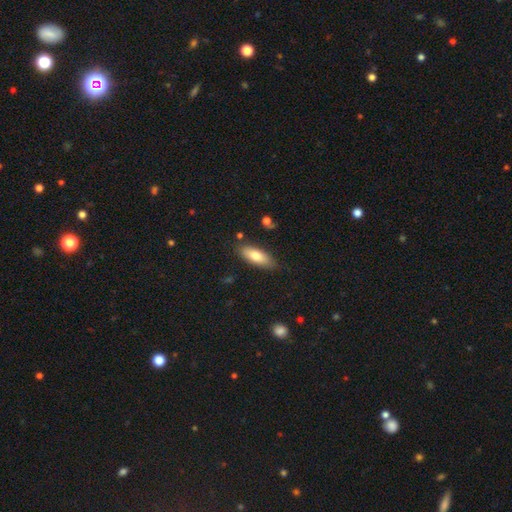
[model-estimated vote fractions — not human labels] smooth_or_featured: smooth (p=0.75) [alt: featured or disk p=0.19]
how_rounded: in between (p=0.72) [alt: cigar-shaped p=0.26]
merging: none (p=0.83) [alt: minor disturbance p=0.12]